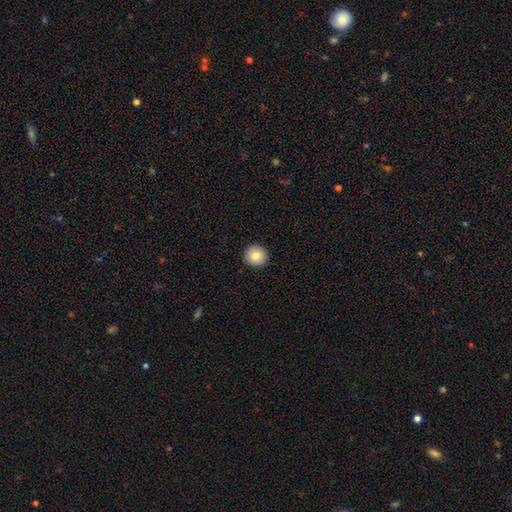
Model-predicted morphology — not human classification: smooth 83%, star or artifact 9%, featured or disk 9%. Down the decision tree: how rounded — round (95%); merging — none (93%).